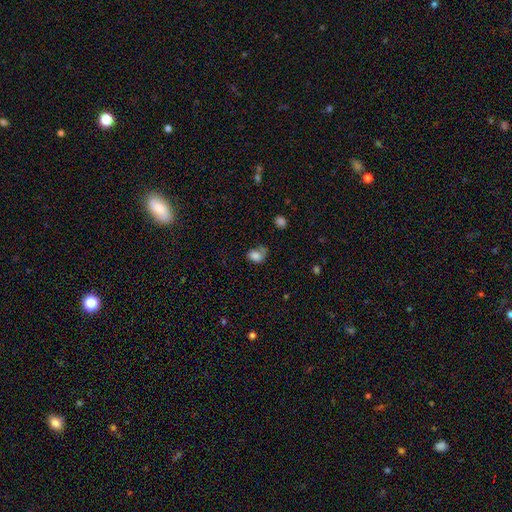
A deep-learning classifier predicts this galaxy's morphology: type=smooth (77%); roundness=in between (66%); merging=none (39%).